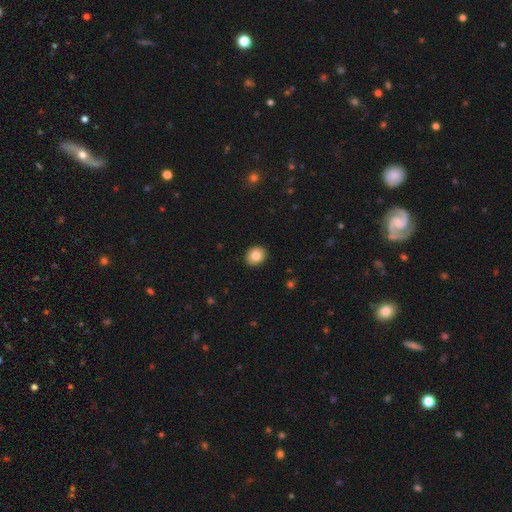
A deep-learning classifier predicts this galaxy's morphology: smooth_or_featured: smooth (p=0.83) [alt: featured or disk p=0.08]
how_rounded: round (p=0.58) [alt: in between p=0.41]
merging: none (p=0.91) [alt: minor disturbance p=0.06]